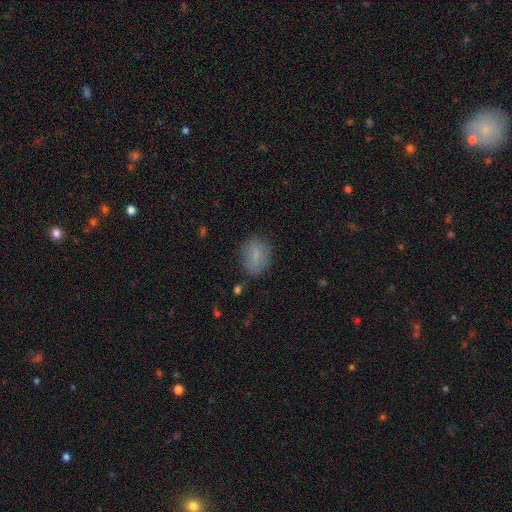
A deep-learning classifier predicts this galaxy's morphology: A smooth galaxy with no disk features (78%) that is in between round and cigar-shaped (60%). Merging: none (77%).